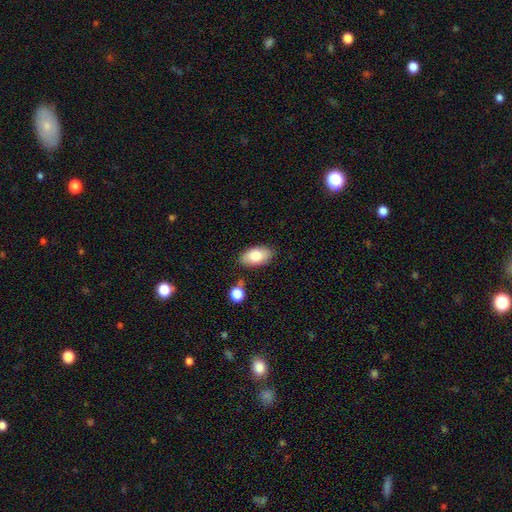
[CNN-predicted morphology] This is clearly a smooth galaxy (82%). How rounded: clearly in between (94%). Merging: clearly none (80%).